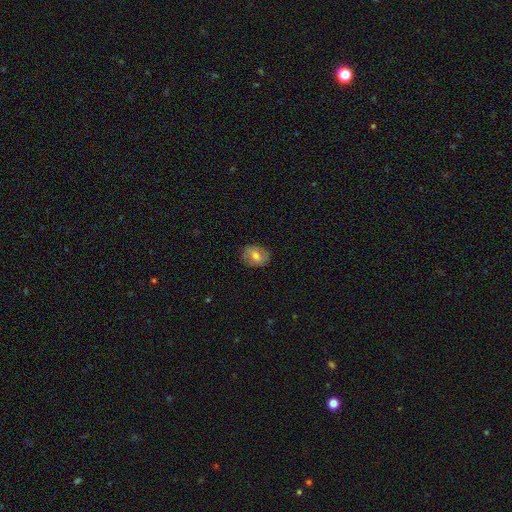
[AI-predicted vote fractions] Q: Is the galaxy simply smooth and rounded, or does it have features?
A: smooth — 61%.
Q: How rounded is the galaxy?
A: in between — 51%.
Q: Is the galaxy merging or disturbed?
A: none — 83%.